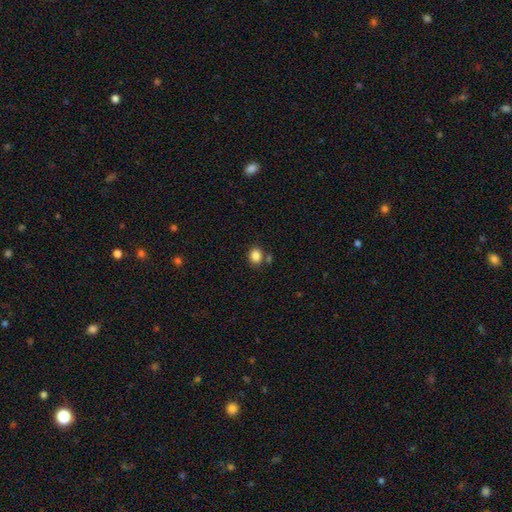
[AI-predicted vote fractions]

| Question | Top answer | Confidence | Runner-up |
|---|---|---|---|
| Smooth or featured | smooth | 85% | star or artifact (10%) |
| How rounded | round | 59% | in between (40%) |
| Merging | none | 75% | merger (11%) |